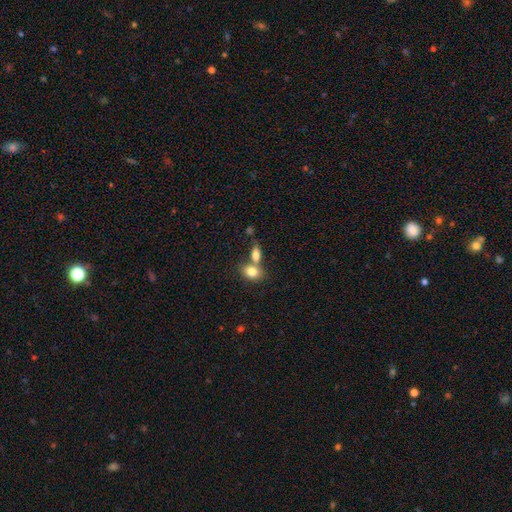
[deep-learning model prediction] smooth_or_featured: smooth (p=0.81) [alt: featured or disk p=0.11]
how_rounded: in between (p=0.79) [alt: round p=0.16]
merging: merger (p=0.48) [alt: none p=0.39]